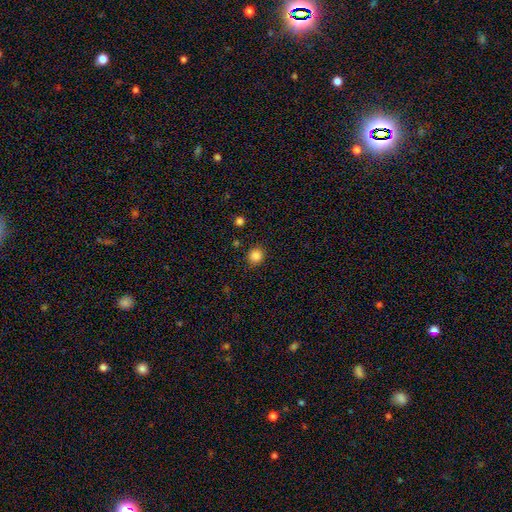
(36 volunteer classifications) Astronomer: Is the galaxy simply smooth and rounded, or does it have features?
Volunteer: smooth — 97%.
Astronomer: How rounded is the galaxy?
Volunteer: round — 94%.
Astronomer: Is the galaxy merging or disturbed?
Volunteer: none — 89%.